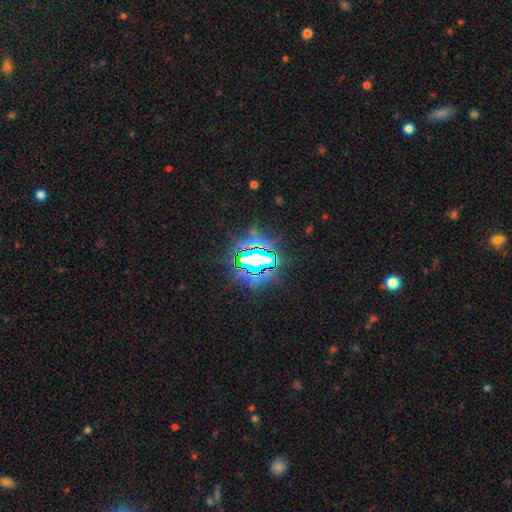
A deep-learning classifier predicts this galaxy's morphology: type=star or artifact (77%).